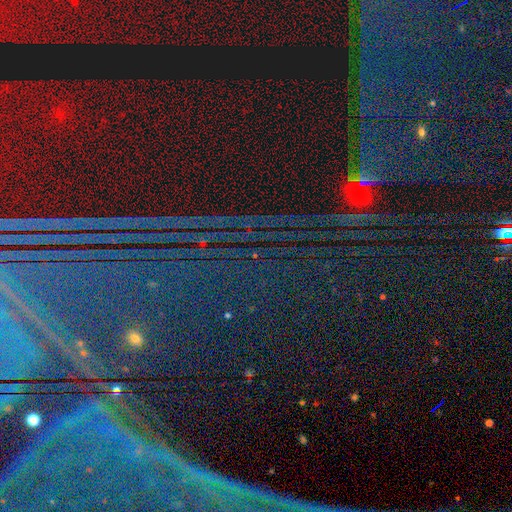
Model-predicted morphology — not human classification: Smooth or featured: star or artifact — 84% (featured or disk — 9%)